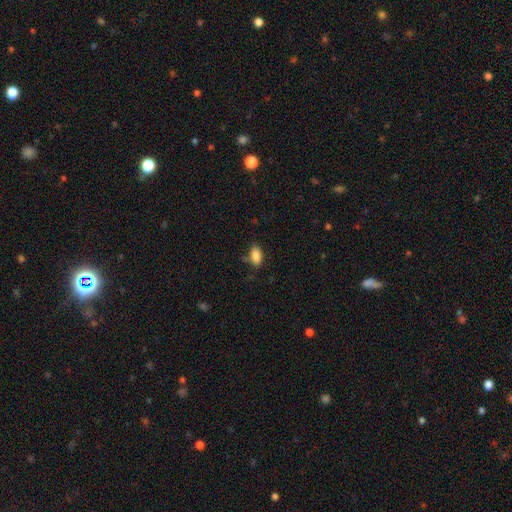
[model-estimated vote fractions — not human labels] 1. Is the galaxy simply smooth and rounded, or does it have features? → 87% smooth, 8% star or artifact, 5% featured or disk.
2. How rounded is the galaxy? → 91% in between, 5% round, 4% cigar-shaped.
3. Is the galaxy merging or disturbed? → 73% none, 19% minor disturbance, 4% major disturbance, 3% merger.